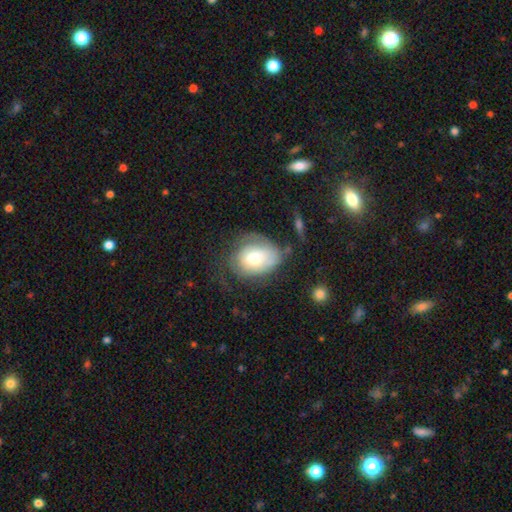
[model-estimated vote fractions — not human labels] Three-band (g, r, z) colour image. It shows a smooth galaxy with no disk features (56%) that is in between round and cigar-shaped (59%). Merging: none (43%).